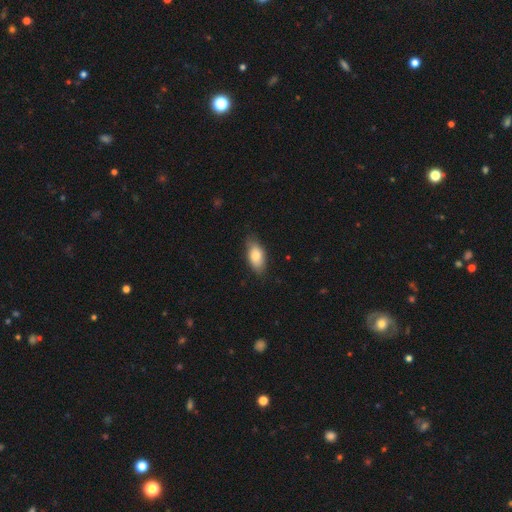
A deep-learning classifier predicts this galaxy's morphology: Smooth or featured? smooth (79%)
How rounded? in between (91%)
Merging? none (76%)